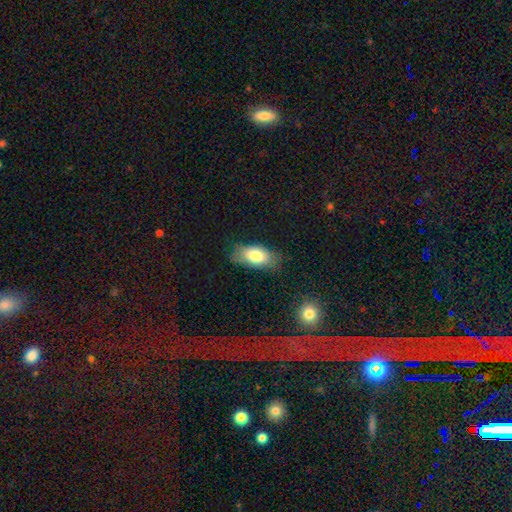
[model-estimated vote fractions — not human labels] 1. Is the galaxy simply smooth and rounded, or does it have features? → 77% smooth, 15% featured or disk, 8% star or artifact.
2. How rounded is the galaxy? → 91% in between, 5% round, 4% cigar-shaped.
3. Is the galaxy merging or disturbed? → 70% none, 22% minor disturbance, 6% major disturbance, 2% merger.